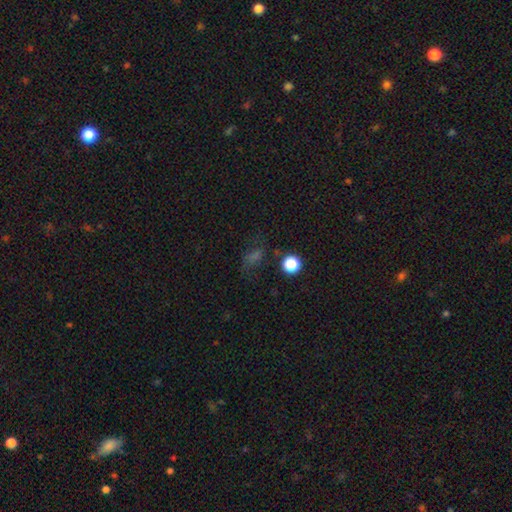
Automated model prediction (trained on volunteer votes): Smooth or featured: smooth — 49% (star or artifact — 35%)
Merging: none — 60% (minor disturbance — 20%)